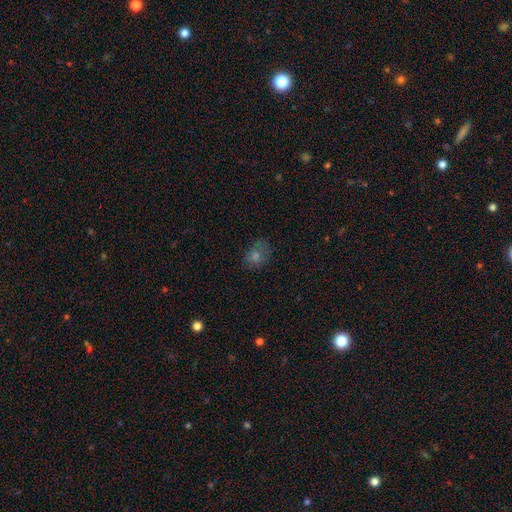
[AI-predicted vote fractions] Smooth or featured?
  - smooth: 58% *
  - star or artifact: 23%
  - featured or disk: 20%
How rounded?
  - in between: 57% *
  - round: 42%
  - cigar-shaped: 1%
Merging?
  - none: 64% *
  - minor disturbance: 23%
  - major disturbance: 11%
  - merger: 2%